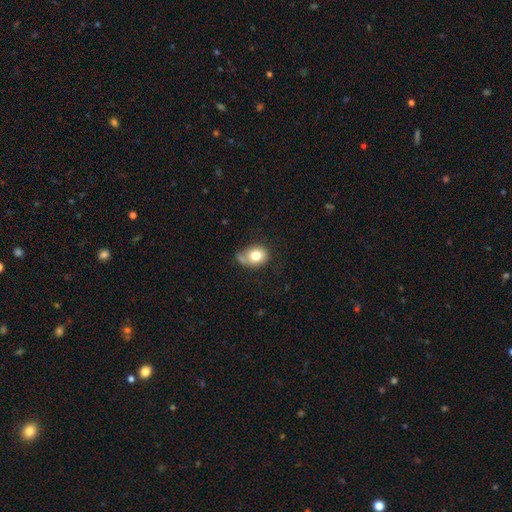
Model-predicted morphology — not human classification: A smooth galaxy with no disk features (77%) that is round (50%). Merging: none (47%).